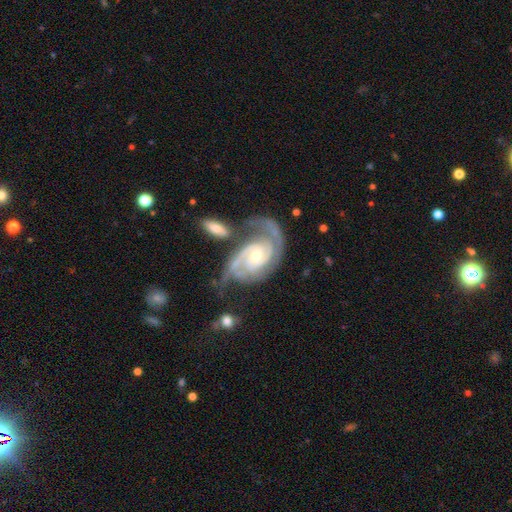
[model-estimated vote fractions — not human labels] This appears to be a featured or disk galaxy (92%) with no bar (58%), 2 (72%) tight (54%) spiral arms (98%) and a small central bulge (57%). Merging: none (47%).